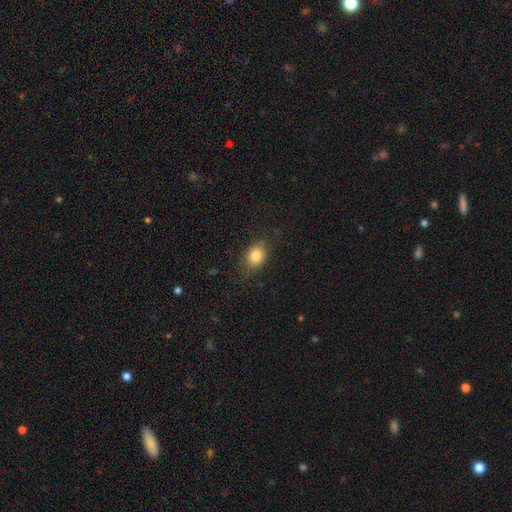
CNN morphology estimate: Smooth or featured? Predicted: smooth (p=0.84). How rounded? Predicted: in between (p=0.64). Merging? Predicted: none (p=0.76).